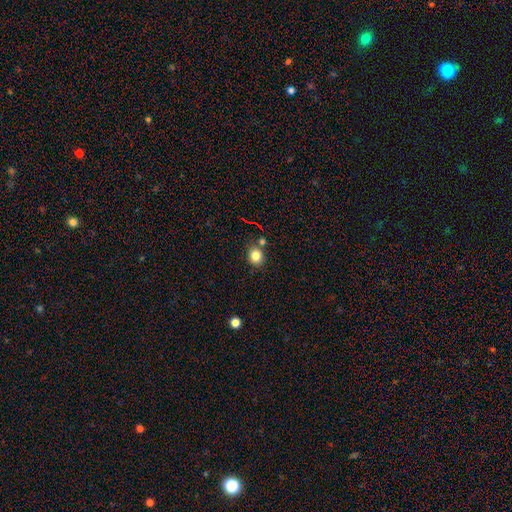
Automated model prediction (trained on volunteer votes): A smooth galaxy with no disk features (82%) that is round (75%). Merging: none (75%).